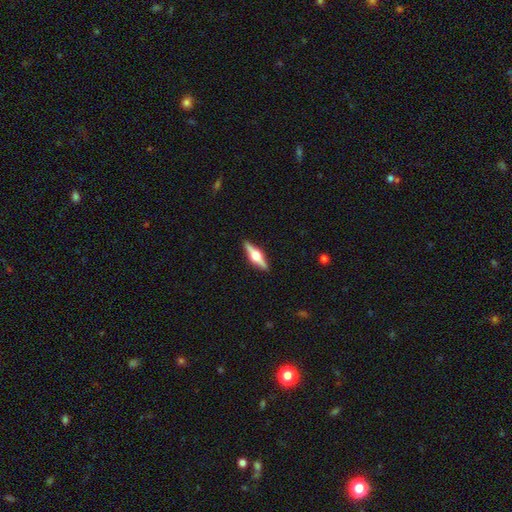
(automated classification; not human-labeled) Overall: featured or disk (76%). Edge-on disk: yes (98%). Edge-on bulge: rounded (94%). Merging: none (91%).